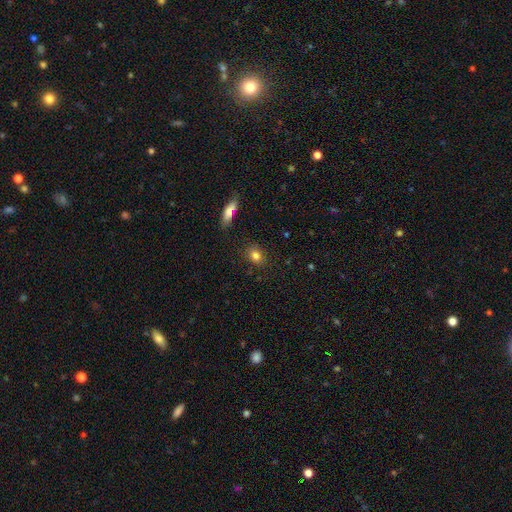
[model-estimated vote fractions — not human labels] smooth-or-featured: smooth: 82% | star or artifact: 10% | featured or disk: 8%
  how-rounded: in between: 53% | round: 45% | cigar-shaped: 2%
  merging: none: 83% | minor disturbance: 12% | major disturbance: 3% | merger: 2%